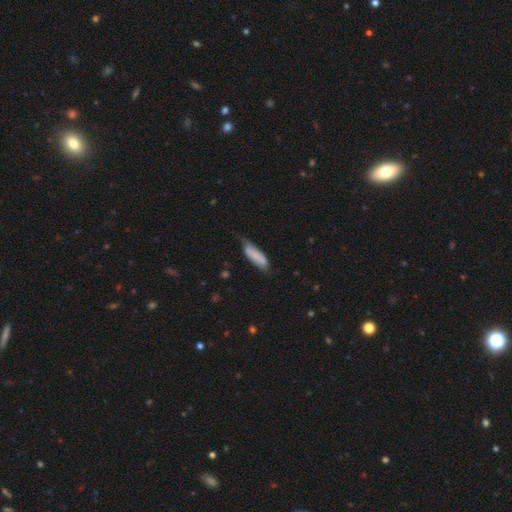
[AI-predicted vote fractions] Smooth or featured? smooth (75%)
How rounded? cigar-shaped (54%)
Merging? none (41%, tied with minor disturbance)